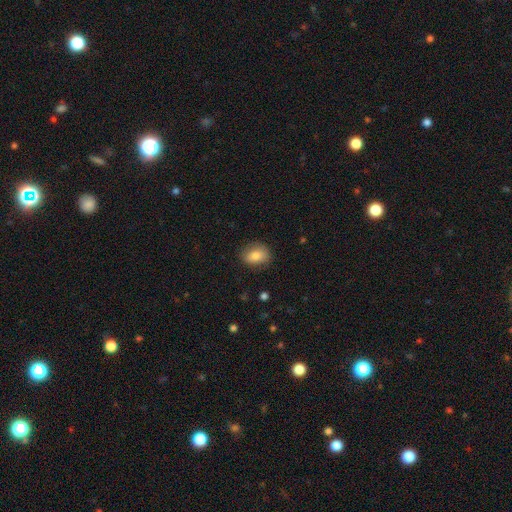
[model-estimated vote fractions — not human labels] Smooth or featured: smooth — 80% (featured or disk — 12%)
How rounded: in between — 64% (round — 35%)
Merging: none — 82% (minor disturbance — 13%)